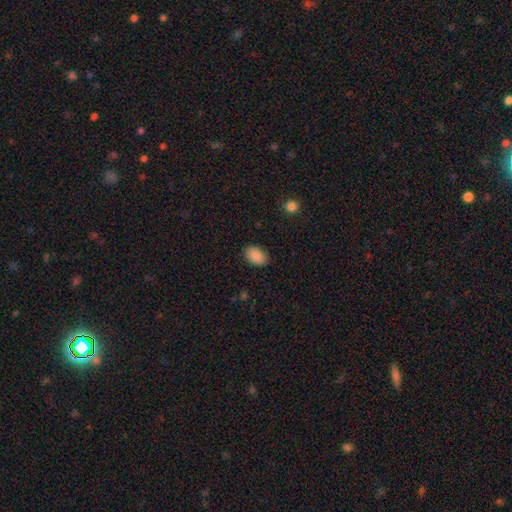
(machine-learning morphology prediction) Smooth or featured? Predicted: smooth (p=0.89). How rounded? Predicted: in between (p=0.87). Merging? Predicted: none (p=0.85).